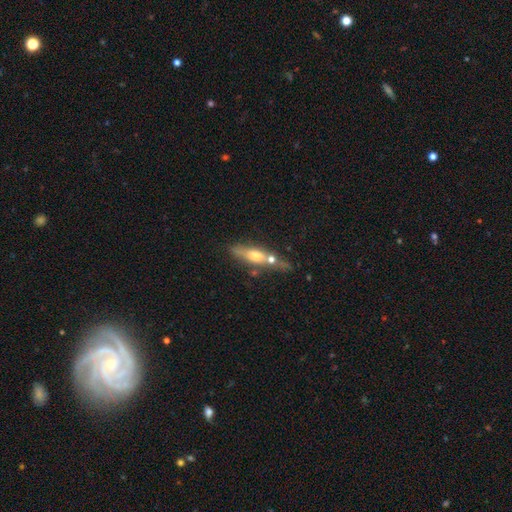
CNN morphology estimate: Q: Smooth or featured?
A: featured or disk (53%); runner-up: smooth (39%)
Q: Edge-on disk?
A: yes (77%); runner-up: no (23%)
Q: Merging?
A: none (55%); runner-up: merger (21%)